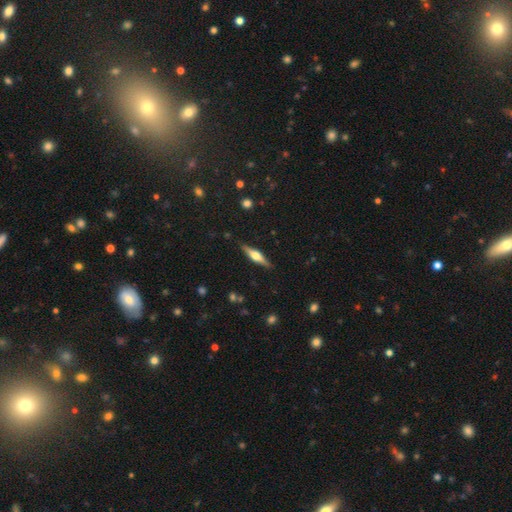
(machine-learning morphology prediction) Smooth or featured? featured or disk (66%)
Edge-on disk? yes (97%)
Edge-on bulge? rounded (90%)
Merging? none (88%)